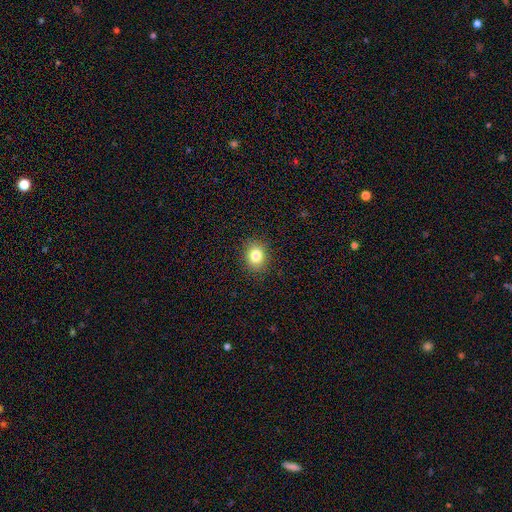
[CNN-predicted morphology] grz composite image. It shows a smooth galaxy with no disk features (82%) that is round (54%). Merging: none (89%).